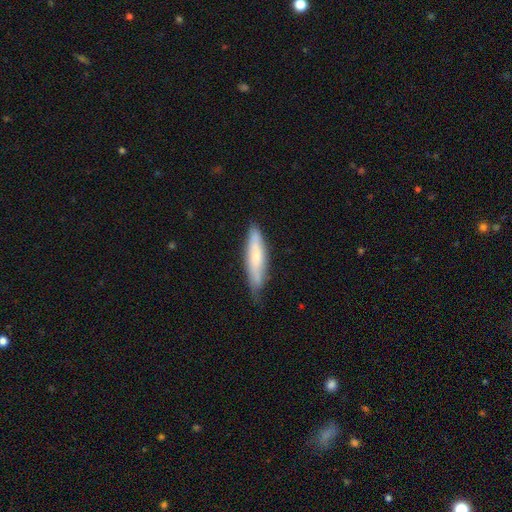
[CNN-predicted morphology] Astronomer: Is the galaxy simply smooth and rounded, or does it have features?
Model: smooth — 57% (runner-up: featured or disk, 37%).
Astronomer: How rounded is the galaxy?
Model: cigar-shaped — 79%.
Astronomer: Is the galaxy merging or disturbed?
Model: none — 73%.